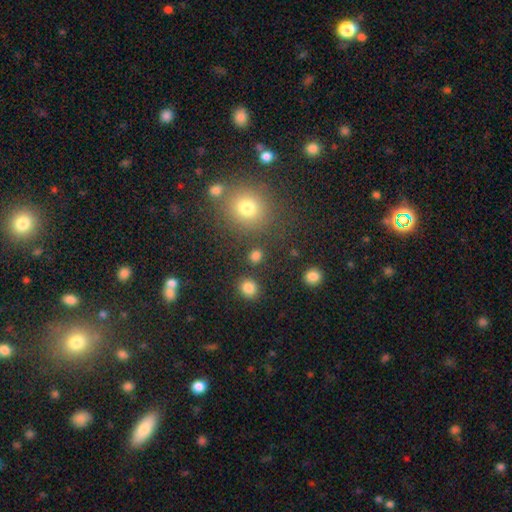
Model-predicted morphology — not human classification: smooth 80%, star or artifact 15%, featured or disk 5%. Down the decision tree: how rounded — round (80%); merging — none (82%).